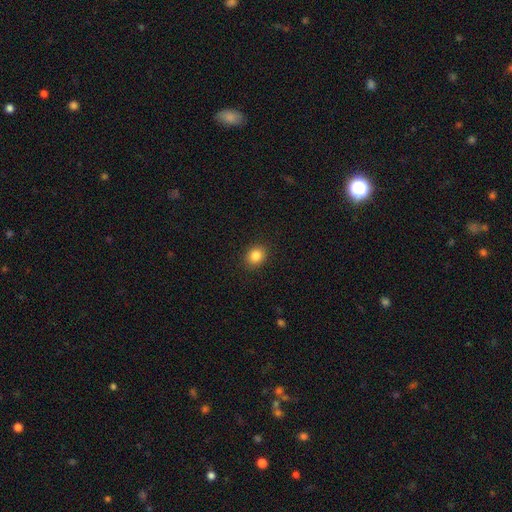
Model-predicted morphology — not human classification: Overall: smooth (85%). How rounded: round (61%; in between 39%). Merging: none (90%).